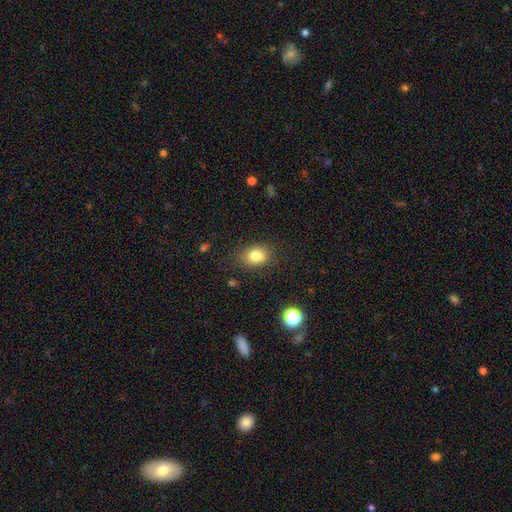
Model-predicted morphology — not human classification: smooth 80%, star or artifact 11%, featured or disk 9%. Down the decision tree: how rounded — in between (58%); merging — none (79%).